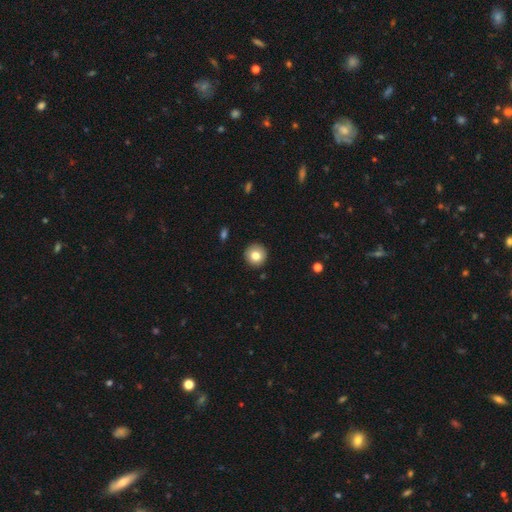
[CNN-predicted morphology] Smooth or featured?
  - smooth: 81% *
  - featured or disk: 10%
  - star or artifact: 9%
How rounded?
  - round: 95% *
  - in between: 4%
  - cigar-shaped: 1%
Merging?
  - none: 92% *
  - minor disturbance: 6%
  - major disturbance: 2%
  - merger: 1%